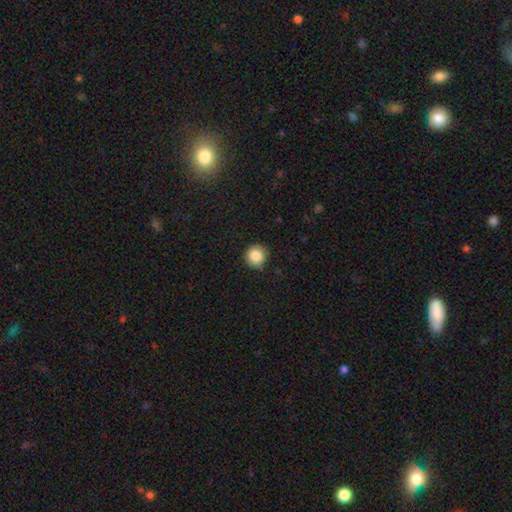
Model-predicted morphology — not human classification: Smooth or featured: smooth — 85% (star or artifact — 9%)
How rounded: round — 93% (in between — 6%)
Merging: none — 86% (minor disturbance — 11%)